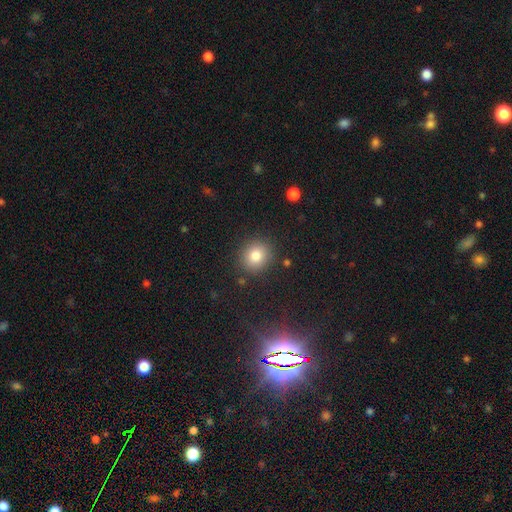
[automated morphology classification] This is clearly a smooth galaxy (82%). How rounded: clearly round (82%). Merging: clearly none (86%).